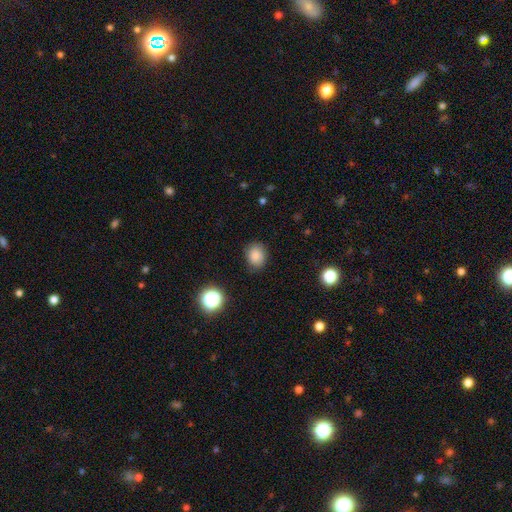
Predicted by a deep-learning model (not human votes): Q: Smooth or featured?
A: smooth (84%); runner-up: star or artifact (11%)
Q: How rounded?
A: round (56%); runner-up: in between (44%)
Q: Merging?
A: none (82%); runner-up: minor disturbance (13%)